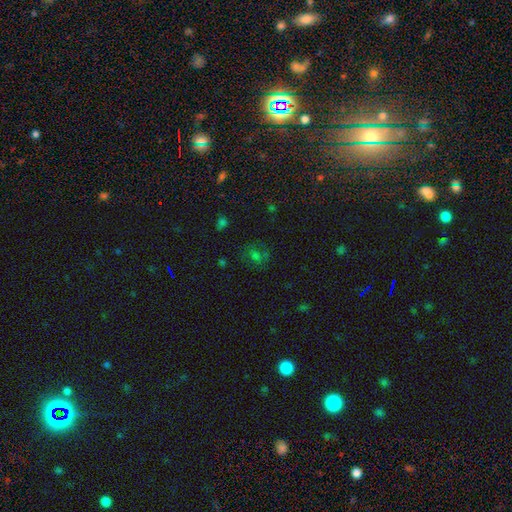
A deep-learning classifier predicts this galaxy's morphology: Smooth or featured: smooth — 48% (star or artifact — 36%)
Merging: none — 65% (minor disturbance — 19%)